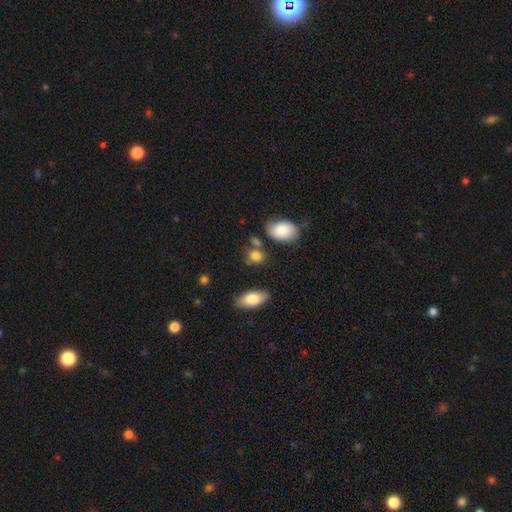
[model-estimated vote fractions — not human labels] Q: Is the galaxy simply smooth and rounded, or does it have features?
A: smooth — 84%.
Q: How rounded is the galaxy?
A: in between — 50%.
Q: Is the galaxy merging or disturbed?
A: none — 64%.